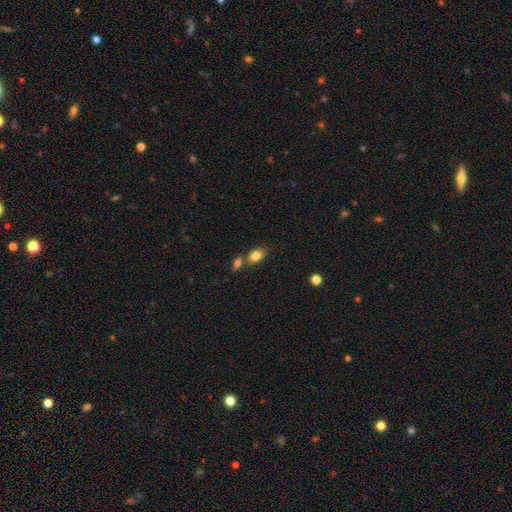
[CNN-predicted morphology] type=smooth (82%); roundness=in between (85%); merging=none (55%).